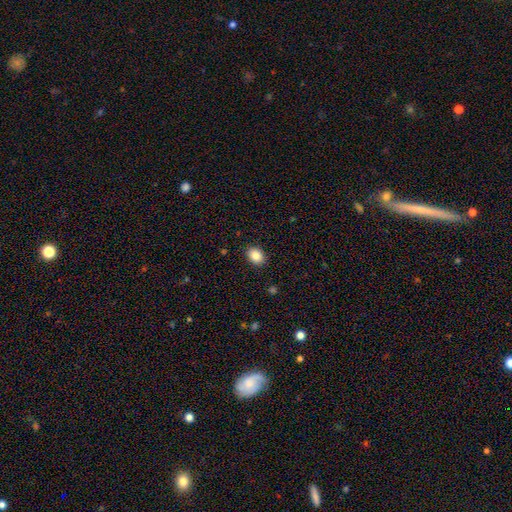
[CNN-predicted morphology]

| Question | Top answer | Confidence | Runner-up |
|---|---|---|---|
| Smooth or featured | smooth | 85% | star or artifact (9%) |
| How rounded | in between | 63% | round (36%) |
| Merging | none | 90% | minor disturbance (7%) |